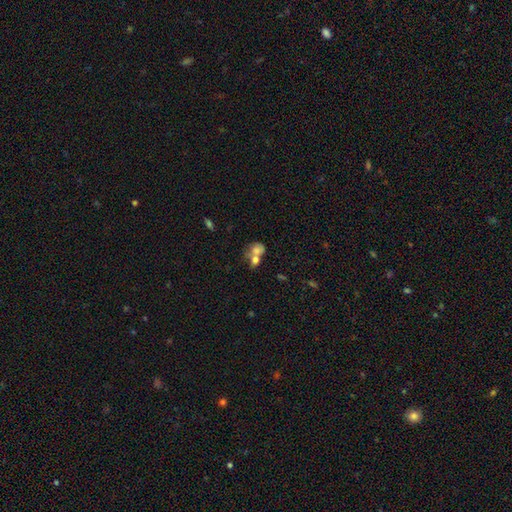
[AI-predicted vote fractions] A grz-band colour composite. It shows a smooth galaxy with no disk features (67%) that is in between round and cigar-shaped (53%). Merging: merger (68%).